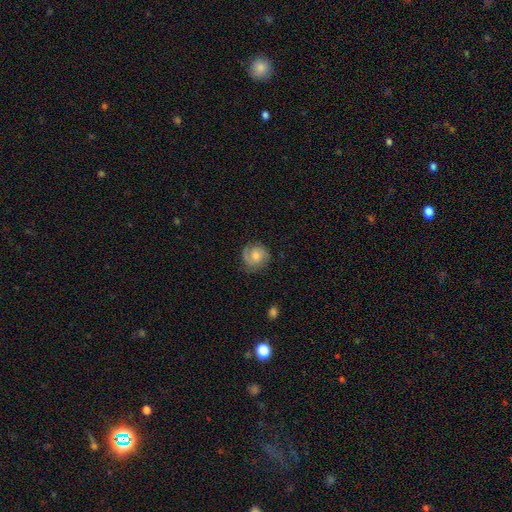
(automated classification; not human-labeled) Overall: featured or disk (61%; smooth 30%). Edge-on disk: no (97%). Bar: no (71%). Spiral arms: yes (90%). Spiral arm count: 2 (50%; can't tell 19%). Spiral winding: tight (54%; medium 34%). Bulge size: moderate (61%; small 31%). Merging: none (75%).